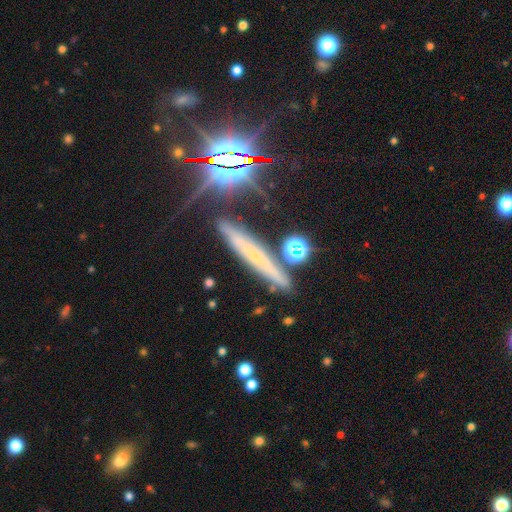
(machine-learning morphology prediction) Overall: featured or disk (40%; smooth 33%). Merging: none (77%).